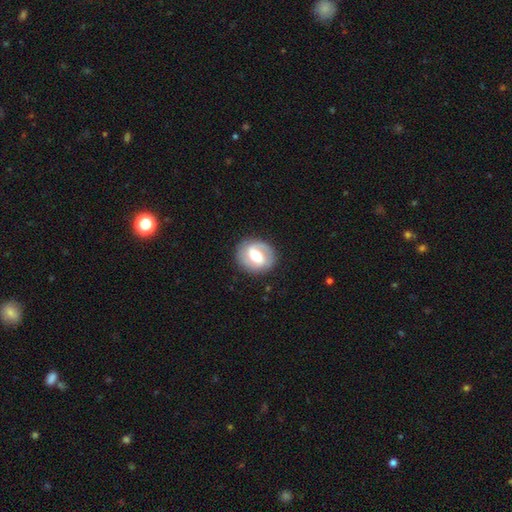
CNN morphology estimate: Q: Smooth or featured?
A: featured or disk (66%); runner-up: smooth (28%)
Q: Edge-on disk?
A: no (96%); runner-up: yes (4%)
Q: Bar?
A: weak (45%); runner-up: strong (39%)
Q: Spiral arms?
A: yes (79%); runner-up: no (21%)
Q: Spiral winding?
A: medium (40%); runner-up: tight (39%)
Q: Spiral arm count?
A: 2 (79%); runner-up: can't tell (9%)
Q: Bulge size?
A: moderate (64%); runner-up: large (17%)
Q: Merging?
A: none (84%); runner-up: minor disturbance (10%)